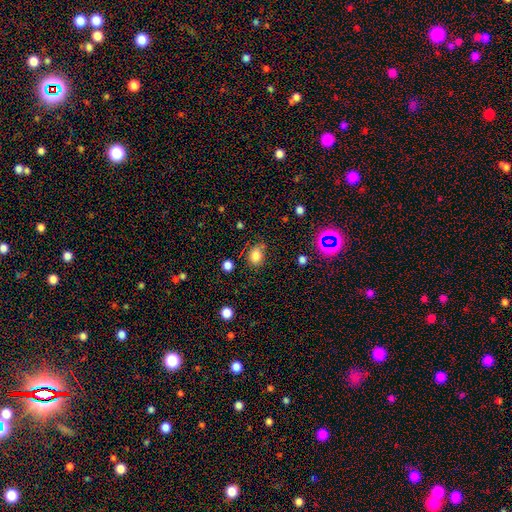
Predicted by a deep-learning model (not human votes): smooth 79%, star or artifact 14%, featured or disk 7%. Down the decision tree: how rounded — round (54%); merging — none (70%).